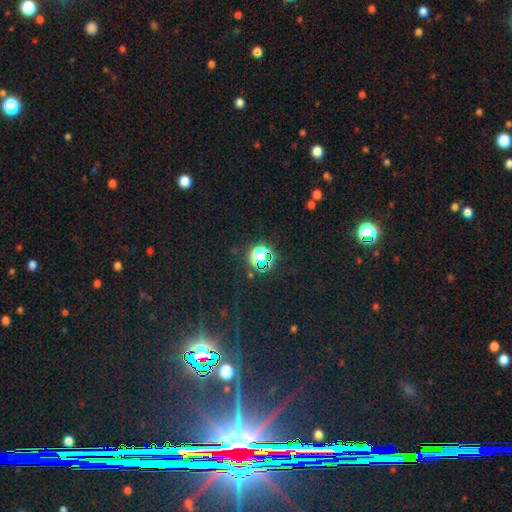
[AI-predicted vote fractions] star or artifact 72%, smooth 21%, featured or disk 8%.